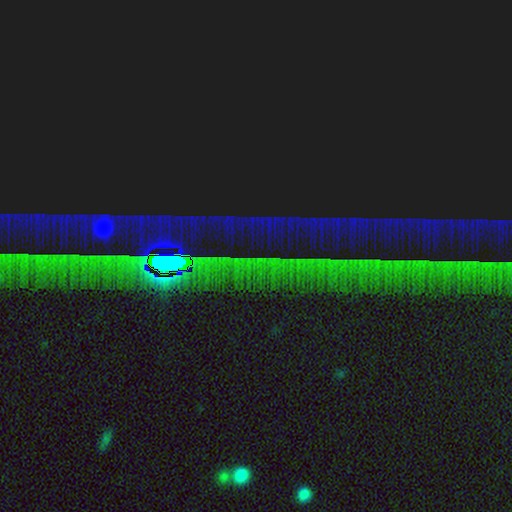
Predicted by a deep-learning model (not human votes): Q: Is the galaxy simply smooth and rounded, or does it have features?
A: star or artifact — 84%.